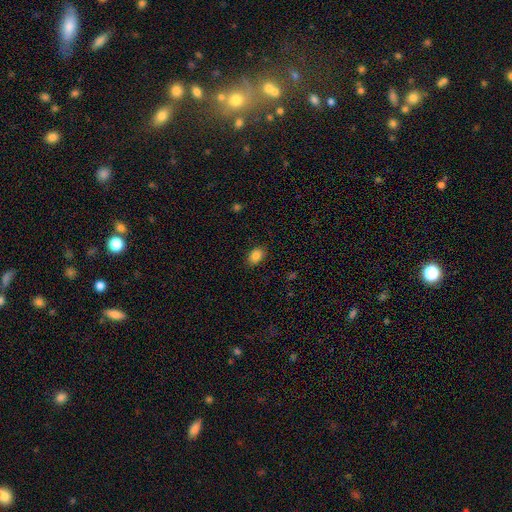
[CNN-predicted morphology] This is clearly a smooth galaxy (85%). How rounded: likely in between (76%). Merging: clearly none (86%).